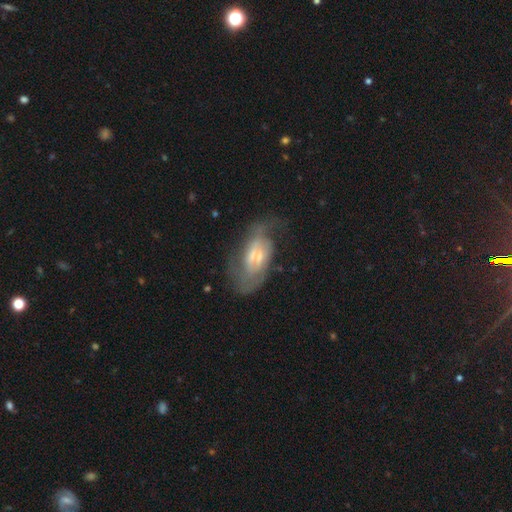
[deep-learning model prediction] Smooth or featured: featured or disk — 65% (smooth — 27%)
Edge-on disk: no — 92% (yes — 8%)
Bar: no — 47% (weak — 40%)
Spiral arms: yes — 66% (no — 34%)
Bulge size: small — 41% (moderate — 33%)
Merging: none — 39% (major disturbance — 30%)